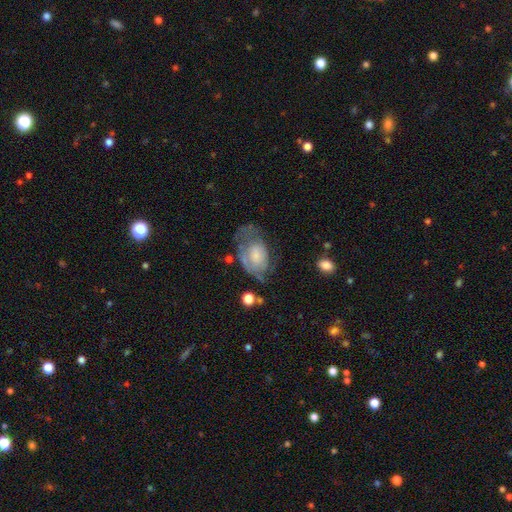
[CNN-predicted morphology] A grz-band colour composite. It shows a featured or disk galaxy (54%) with no bar (79%), spiral arms (55%) and a small central bulge (35%). Merging: major disturbance (37%).